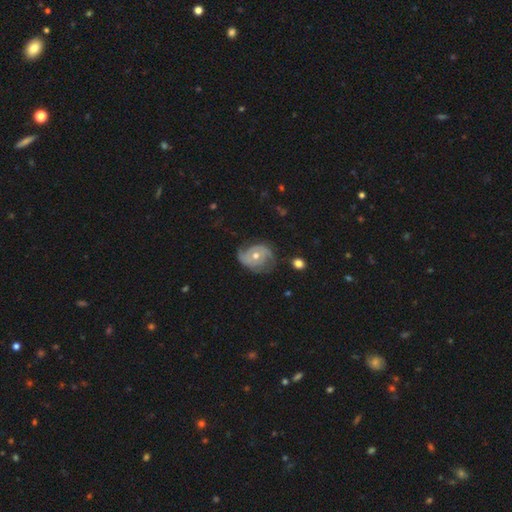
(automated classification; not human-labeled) smooth_or_featured: featured or disk (p=0.77) [alt: smooth p=0.16]
disk_edge_on: no (p=0.97) [alt: yes p=0.03]
bar: no (p=0.75) [alt: weak p=0.20]
has_spiral_arms: yes (p=0.89) [alt: no p=0.11]
spiral_winding: tight (p=0.53) [alt: medium p=0.34]
spiral_arm_count: 2 (p=0.48) [alt: can't tell p=0.22]
bulge_size: moderate (p=0.63) [alt: small p=0.33]
merging: none (p=0.63) [alt: minor disturbance p=0.25]